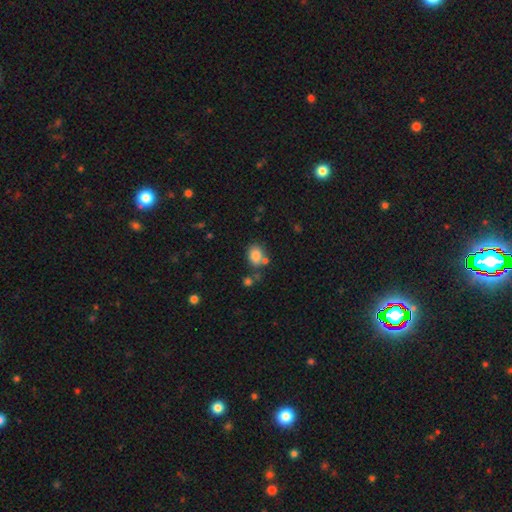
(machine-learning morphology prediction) Smooth or featured: smooth — 83% (star or artifact — 10%)
How rounded: in between — 61% (round — 38%)
Merging: none — 63% (merger — 16%)